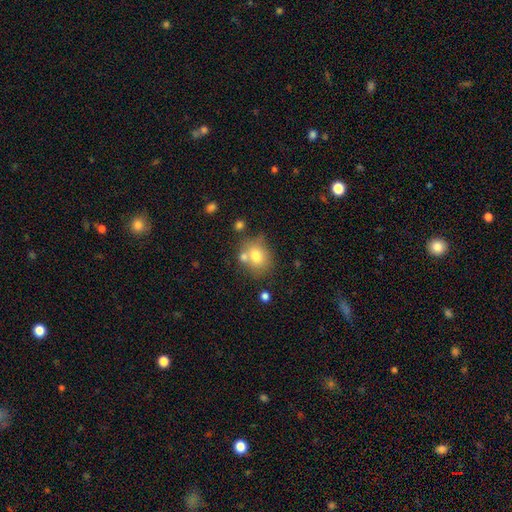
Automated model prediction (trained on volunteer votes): A smooth galaxy with no disk features (73%) that is round (63%). Merging: none (56%).